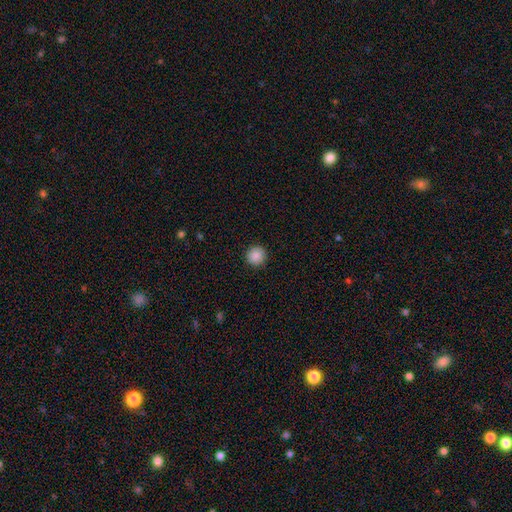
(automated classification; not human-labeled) A smooth galaxy with no disk features (87%) that is round (94%). Merging: none (92%).